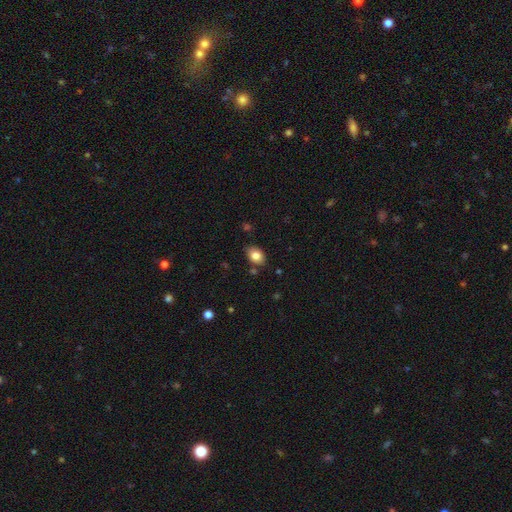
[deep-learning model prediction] smooth 83%, featured or disk 9%, star or artifact 8%. Down the decision tree: how rounded — in between (79%); merging — none (81%).